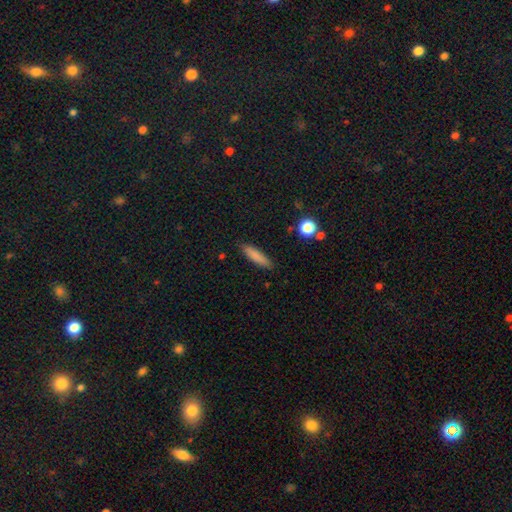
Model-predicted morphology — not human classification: A smooth galaxy with no disk features (82%) that is cigar-shaped (77%).

Vote fractions:
- Smooth or featured? smooth: 82% / featured or disk: 10% / star or artifact: 7%
- How rounded? cigar-shaped: 77% / in between: 21% / round: 2%
- Merging? none: 86% / minor disturbance: 11% / major disturbance: 2% / merger: 2%